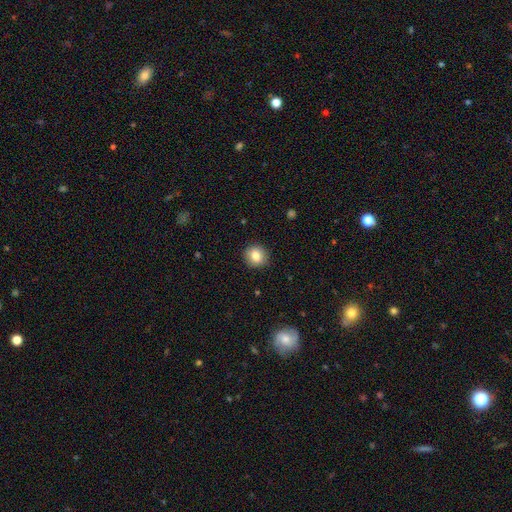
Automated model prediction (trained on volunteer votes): The model was most divided on "smooth or featured": smooth: 83%, star or artifact: 9%, featured or disk: 8%. More confident: merging — none (91%); how rounded — round (88%).